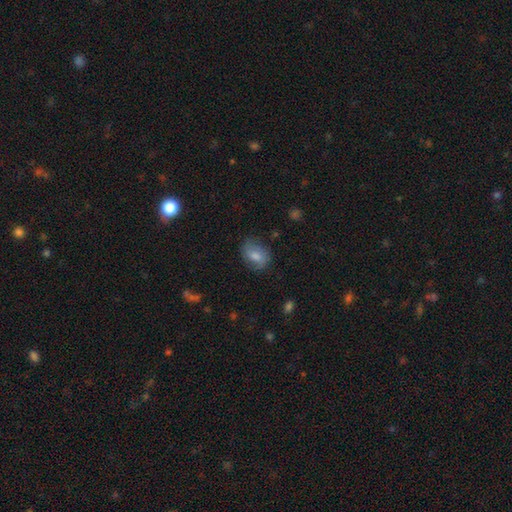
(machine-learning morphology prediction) Smooth or featured? Predicted: smooth (p=0.65). How rounded? Predicted: in between (p=0.72). Merging? Predicted: none (p=0.70).